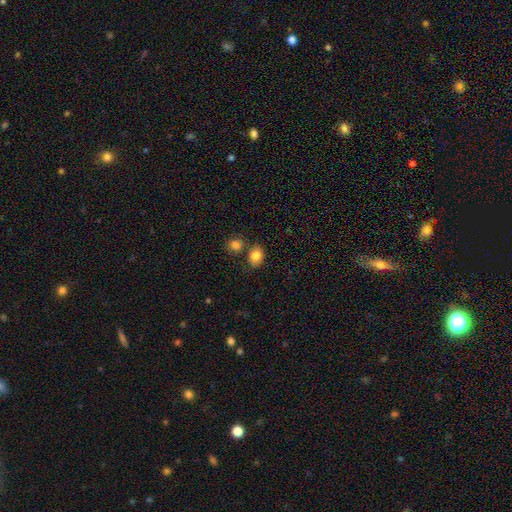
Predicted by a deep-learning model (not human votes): Smooth or featured? smooth (84%)
How rounded? in between (58%)
Merging? none (72%)